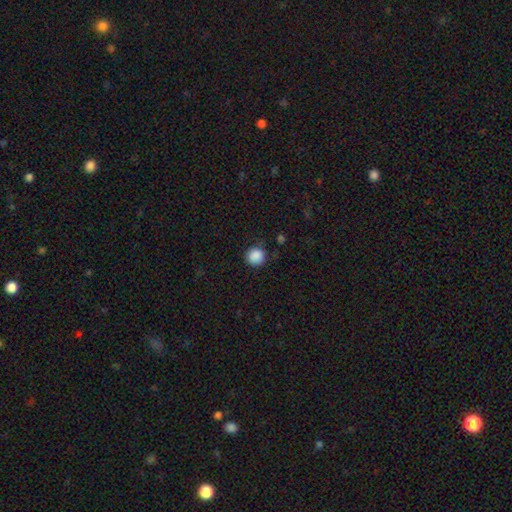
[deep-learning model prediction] smooth-or-featured: smooth: 88% | star or artifact: 9% | featured or disk: 3%
  how-rounded: round: 91% | in between: 8% | cigar-shaped: 1%
  merging: none: 83% | minor disturbance: 12% | major disturbance: 3% | merger: 1%